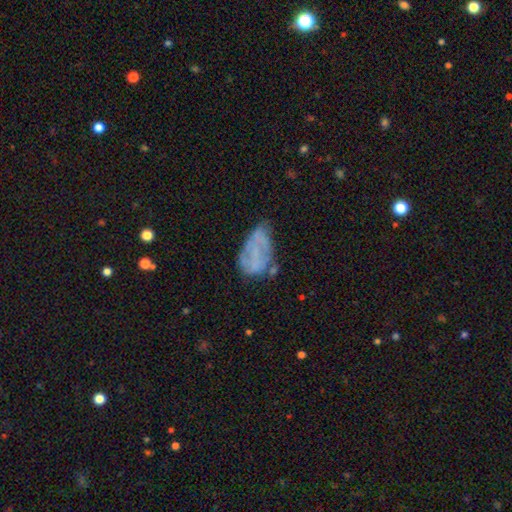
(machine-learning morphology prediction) The model was most divided on "merging": none: 35%, minor disturbance: 32%, major disturbance: 26%, merger: 7%. Remaining: smooth or featured — featured or disk (49%).